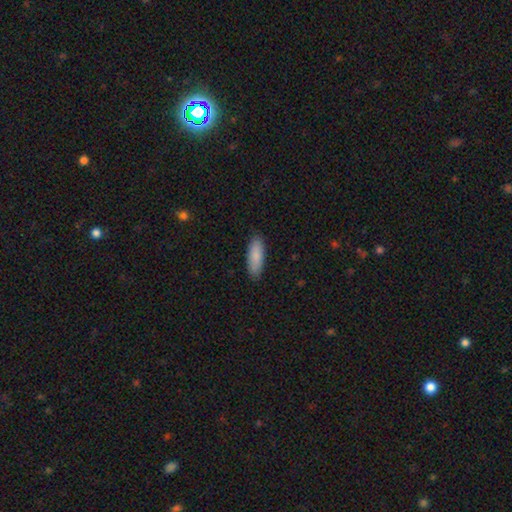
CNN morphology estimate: Q: Smooth or featured?
A: smooth (88%); runner-up: featured or disk (7%)
Q: How rounded?
A: in between (61%); runner-up: cigar-shaped (37%)
Q: Merging?
A: none (89%); runner-up: minor disturbance (9%)